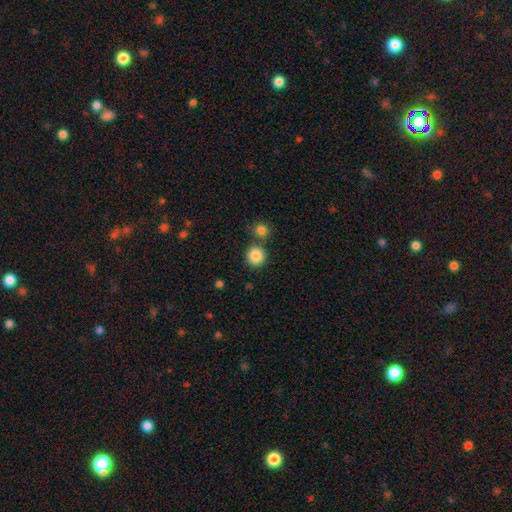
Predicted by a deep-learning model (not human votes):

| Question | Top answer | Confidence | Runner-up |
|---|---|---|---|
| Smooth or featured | smooth | 85% | star or artifact (10%) |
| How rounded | round | 91% | in between (8%) |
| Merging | none | 73% | merger (17%) |